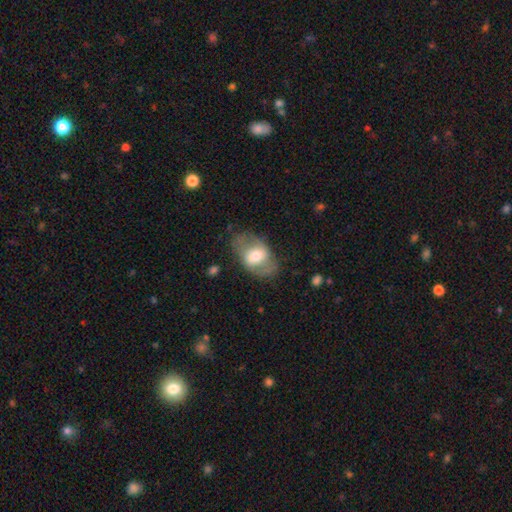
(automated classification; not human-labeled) This appears to be a smooth galaxy with no disk features (47%). Merging: none (67%).